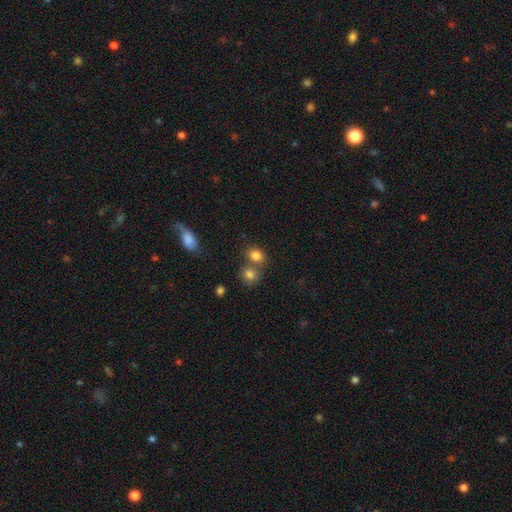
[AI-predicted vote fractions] Overall: smooth (82%). How rounded: round (56%; in between 43%). Merging: none (50%; merger 37%).